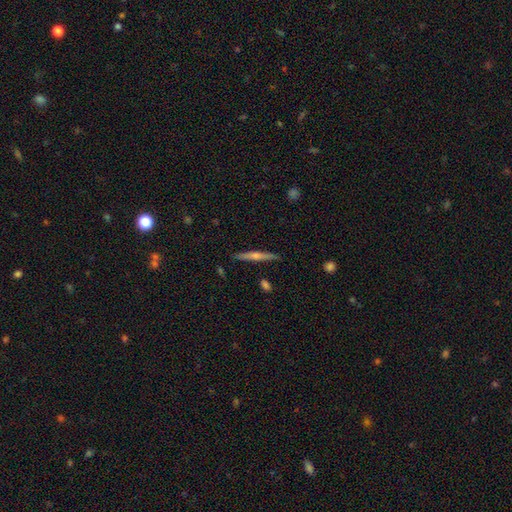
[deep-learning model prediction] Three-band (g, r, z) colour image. It shows a featured or disk galaxy (67%) viewed edge-on (98%) with a rounded central bulge (81%). Merging: none (90%).